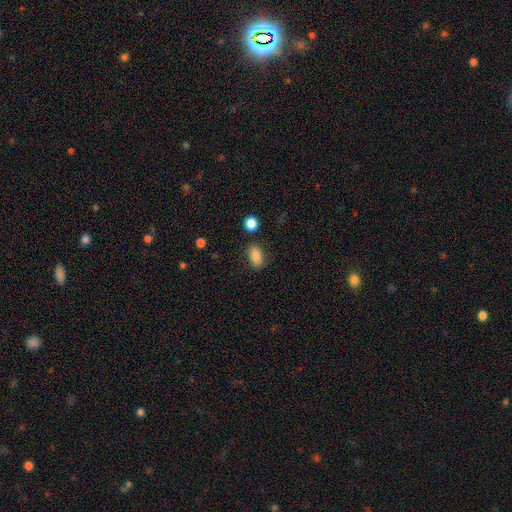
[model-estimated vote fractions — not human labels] Q: Smooth or featured?
A: smooth (83%); runner-up: star or artifact (9%)
Q: How rounded?
A: in between (86%); runner-up: round (9%)
Q: Merging?
A: none (80%); runner-up: minor disturbance (13%)